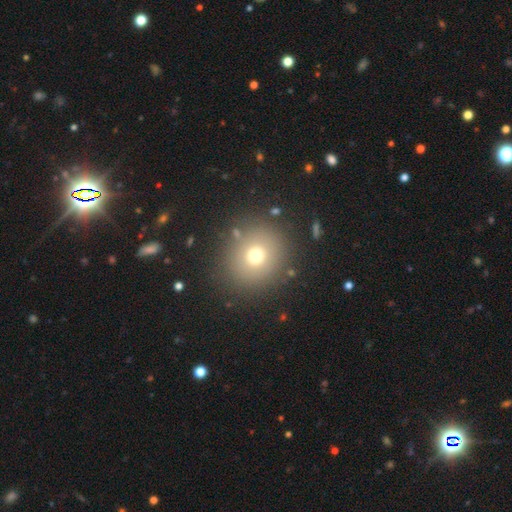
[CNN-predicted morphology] Smooth or featured?
  - smooth: 69% *
  - star or artifact: 17%
  - featured or disk: 14%
How rounded?
  - round: 88% *
  - in between: 12%
  - cigar-shaped: 1%
Merging?
  - none: 85% *
  - minor disturbance: 8%
  - major disturbance: 4%
  - merger: 3%